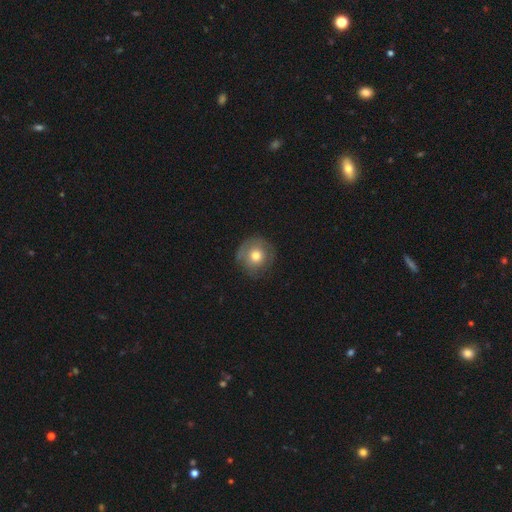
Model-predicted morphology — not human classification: This is likely a smooth galaxy (65%). How rounded: clearly round (93%). Merging: likely none (76%).